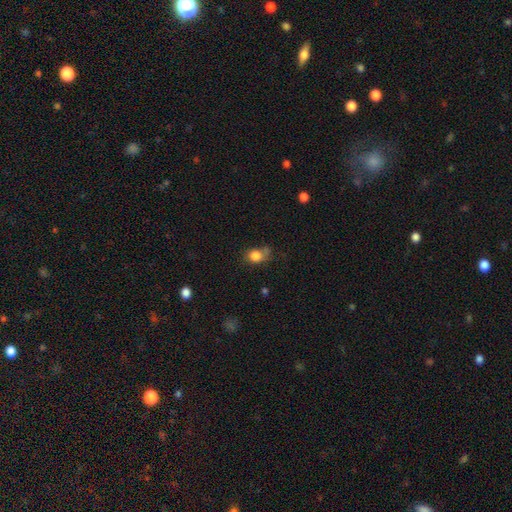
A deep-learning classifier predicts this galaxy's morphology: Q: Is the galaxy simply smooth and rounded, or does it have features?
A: smooth — 82%.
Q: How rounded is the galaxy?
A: round — 58%.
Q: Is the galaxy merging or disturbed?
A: none — 51%.